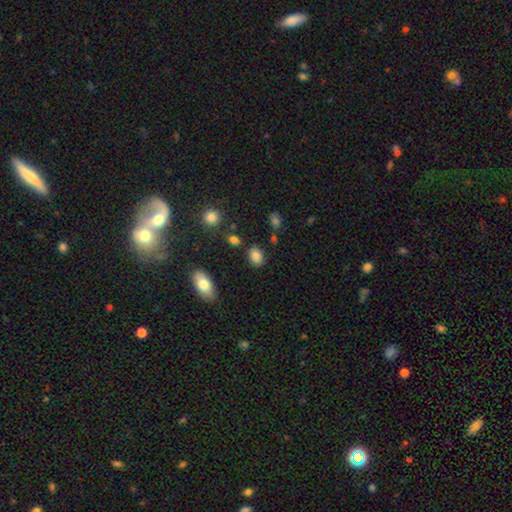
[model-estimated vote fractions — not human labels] smooth 84%, star or artifact 9%, featured or disk 6%. Down the decision tree: how rounded — in between (81%); merging — none (83%).